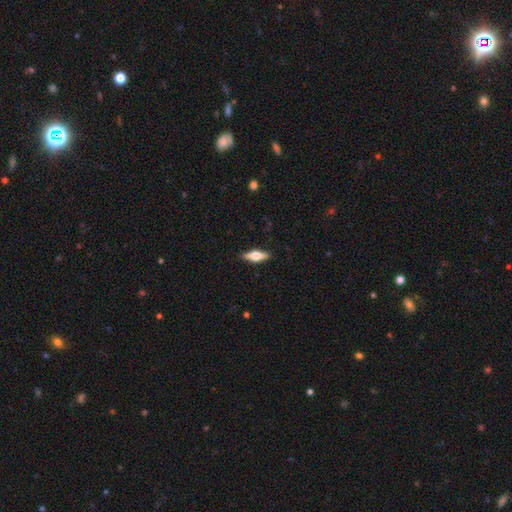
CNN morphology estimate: A featured or disk galaxy (53%) viewed edge-on (94%). Merging: none (88%).